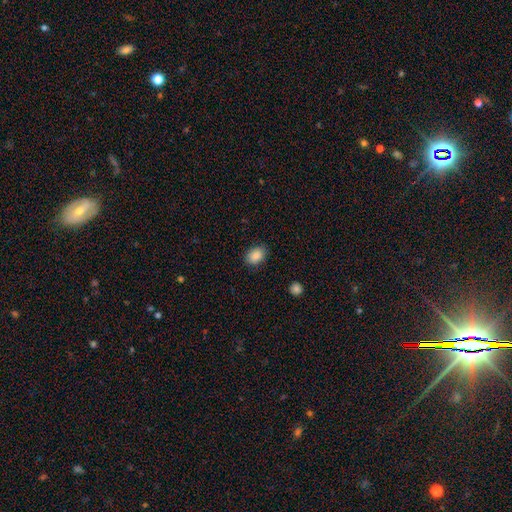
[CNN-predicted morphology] Q: Smooth or featured?
A: smooth (88%); runner-up: star or artifact (8%)
Q: How rounded?
A: in between (77%); runner-up: round (22%)
Q: Merging?
A: none (84%); runner-up: minor disturbance (12%)